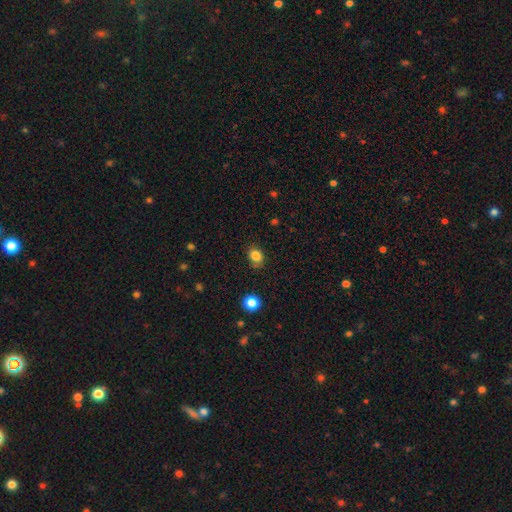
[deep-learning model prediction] Smooth or featured: smooth — 83% (star or artifact — 12%)
How rounded: round — 51% (in between — 48%)
Merging: none — 75% (minor disturbance — 18%)